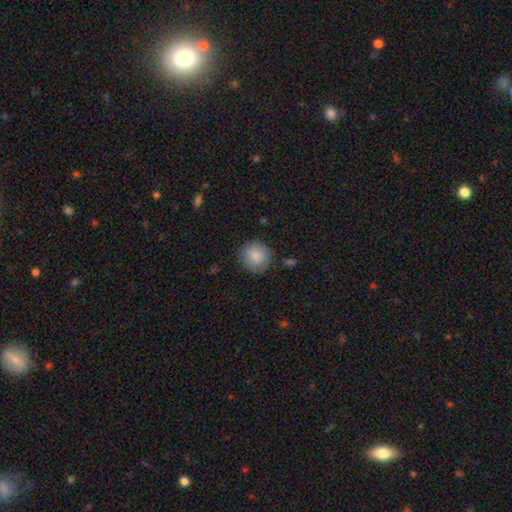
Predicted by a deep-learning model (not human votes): A smooth galaxy with no disk features (88%) that is round (93%). Merging: none (87%).